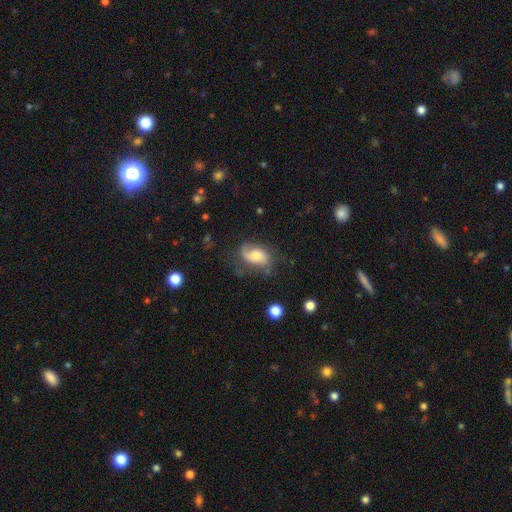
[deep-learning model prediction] Smooth or featured? featured or disk (48%)
Merging? none (55%)